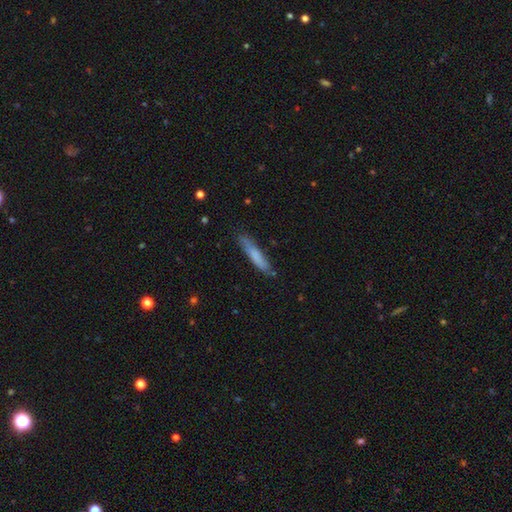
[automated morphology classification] This is likely a smooth galaxy (73%). How rounded: clearly cigar-shaped (90%). Merging: clearly none (81%).